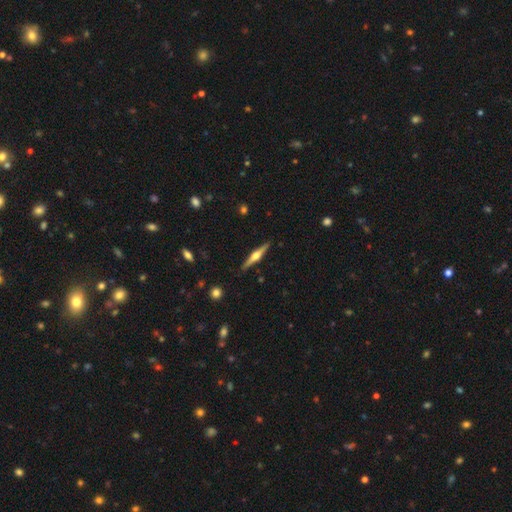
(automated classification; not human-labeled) Smooth or featured? featured or disk (75%)
Edge-on disk? yes (98%)
Edge-on bulge? rounded (92%)
Merging? none (91%)